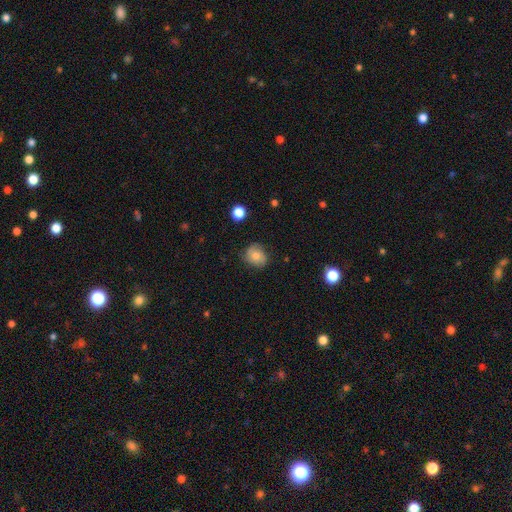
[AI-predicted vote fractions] Smooth or featured: smooth — 69% (featured or disk — 20%)
How rounded: round — 67% (in between — 32%)
Merging: none — 71% (minor disturbance — 22%)